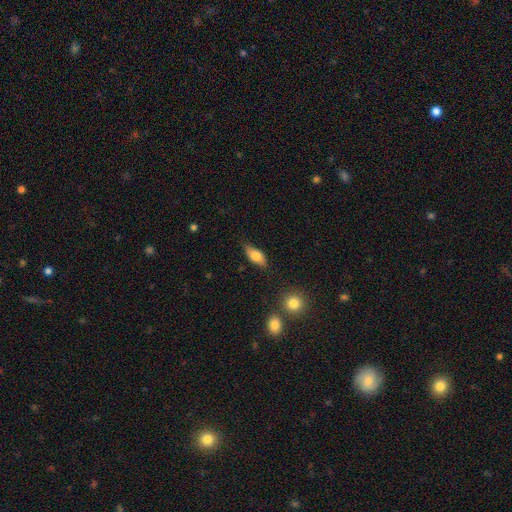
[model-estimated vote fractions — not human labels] Smooth or featured: smooth — 75% (featured or disk — 18%)
How rounded: in between — 82% (cigar-shaped — 13%)
Merging: none — 73% (minor disturbance — 21%)